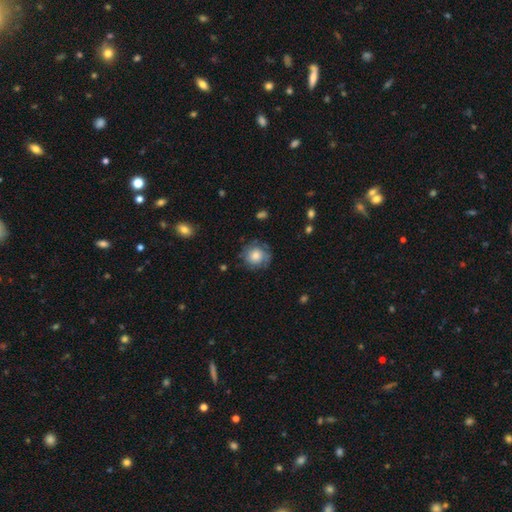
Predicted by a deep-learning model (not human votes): Smooth or featured?
  - smooth: 65% *
  - featured or disk: 27%
  - star or artifact: 8%
How rounded?
  - round: 88% *
  - in between: 11%
  - cigar-shaped: 1%
Merging?
  - none: 73% *
  - minor disturbance: 19%
  - major disturbance: 7%
  - merger: 2%